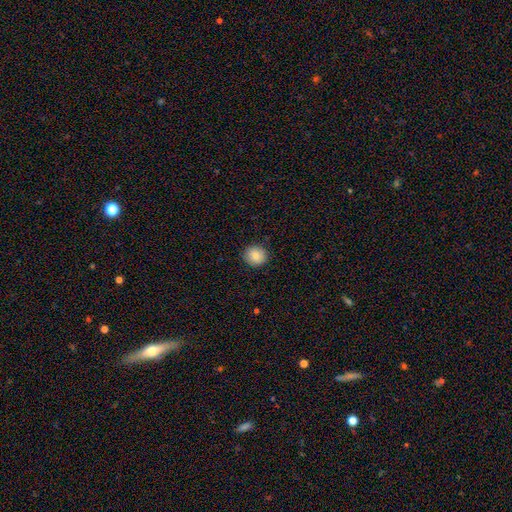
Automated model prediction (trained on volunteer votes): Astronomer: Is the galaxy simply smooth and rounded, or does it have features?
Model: smooth — 85%.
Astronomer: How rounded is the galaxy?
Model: round — 88%.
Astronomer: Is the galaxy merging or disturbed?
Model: none — 89%.